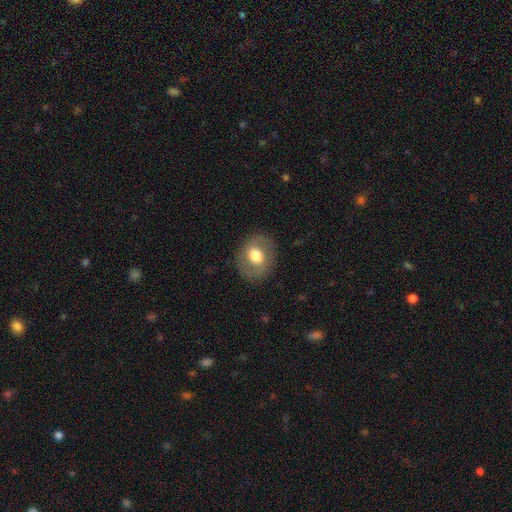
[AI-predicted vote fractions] smooth-or-featured: smooth: 60% | featured or disk: 33% | star or artifact: 8%
  how-rounded: round: 62% | in between: 37% | cigar-shaped: 1%
  merging: none: 84% | minor disturbance: 10% | major disturbance: 5% | merger: 1%